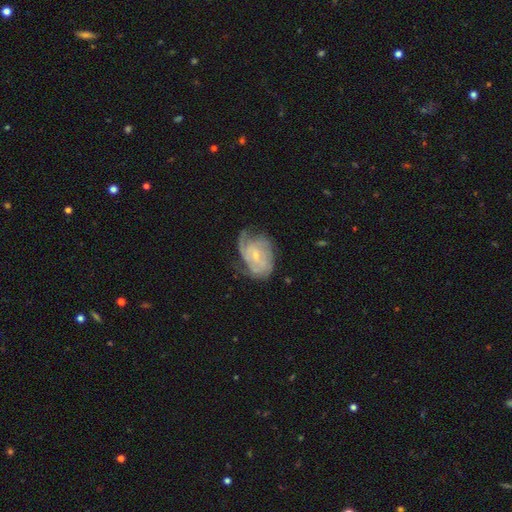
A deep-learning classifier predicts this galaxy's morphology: type=featured or disk (82%); edge-on=no (97%); bar=no (52%); spiral arms=yes (93%); winding=tight (55%); arm count=can't tell (33%); bulge=small (68%); merging=none (55%).